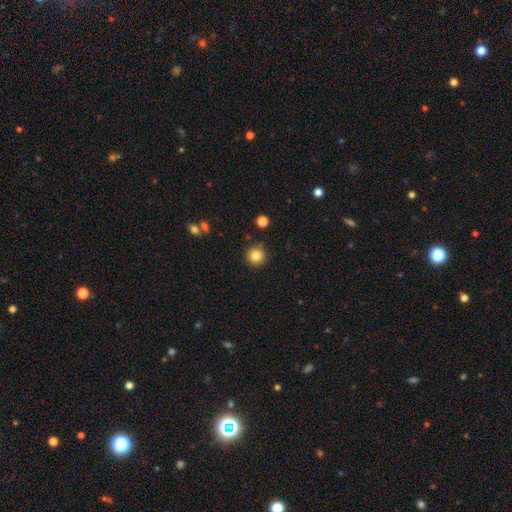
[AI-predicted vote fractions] smooth_or_featured: smooth (p=0.83) [alt: star or artifact p=0.11]
how_rounded: round (p=0.95) [alt: in between p=0.04]
merging: none (p=0.89) [alt: minor disturbance p=0.07]